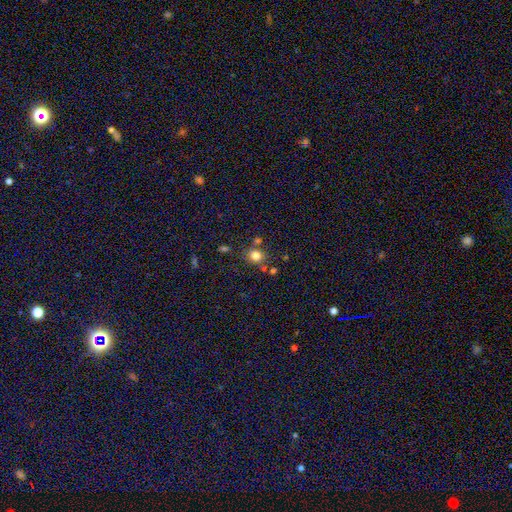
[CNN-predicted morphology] Smooth or featured: smooth — 80% (star or artifact — 14%)
How rounded: round — 73% (in between — 26%)
Merging: none — 72% (merger — 12%)